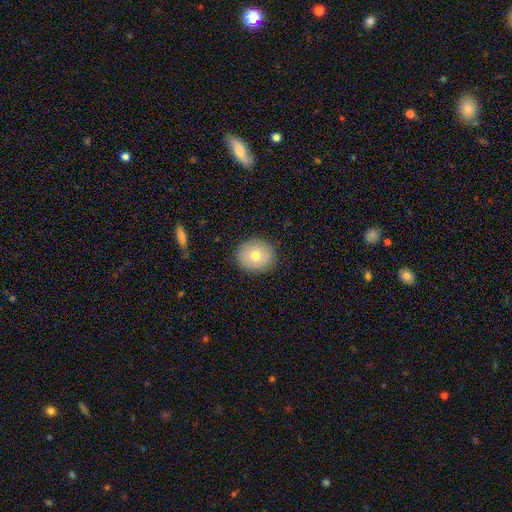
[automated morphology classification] smooth-or-featured: smooth: 73% | featured or disk: 18% | star or artifact: 9%
  how-rounded: round: 78% | in between: 21% | cigar-shaped: 1%
  merging: none: 89% | minor disturbance: 8% | major disturbance: 2% | merger: 1%